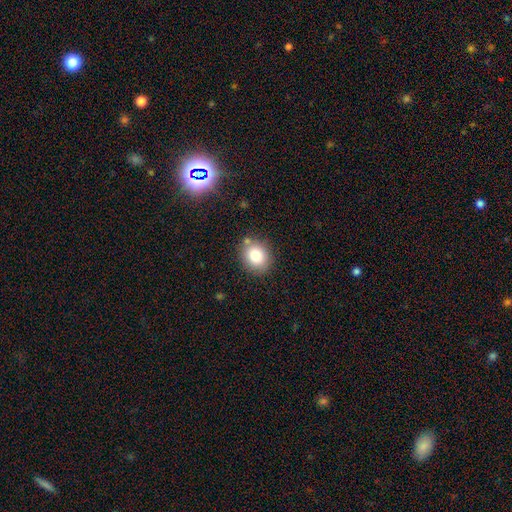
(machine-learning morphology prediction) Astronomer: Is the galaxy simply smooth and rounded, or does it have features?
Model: smooth — 79%.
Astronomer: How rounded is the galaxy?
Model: round — 69%.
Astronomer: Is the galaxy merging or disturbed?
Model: none — 82%.